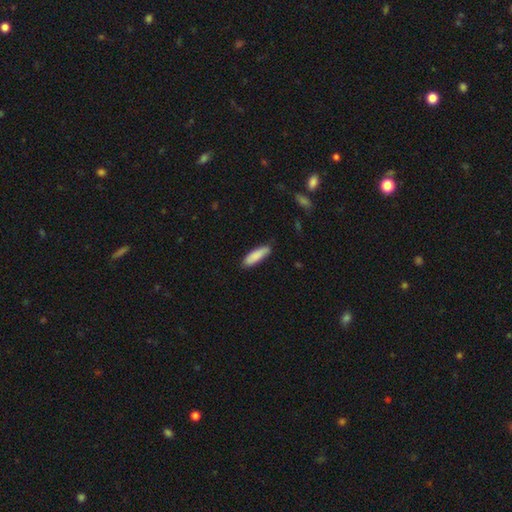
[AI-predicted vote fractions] Morphology: type=smooth (88%); roundness=cigar-shaped (54%); merging=none (81%).